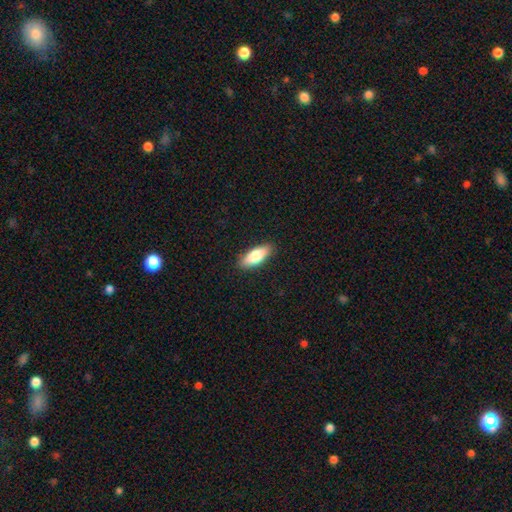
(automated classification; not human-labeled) Smooth or featured? Predicted: smooth (p=0.79). How rounded? Predicted: in between (p=0.74). Merging? Predicted: none (p=0.89).